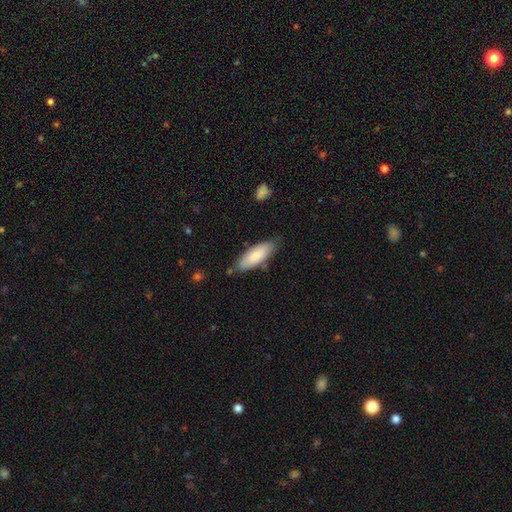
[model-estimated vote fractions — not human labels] smooth 77%, featured or disk 17%, star or artifact 5%. Down the decision tree: how rounded — in between (68%); merging — none (74%).